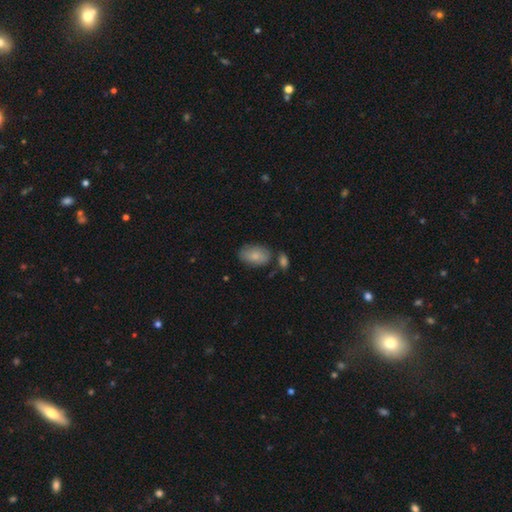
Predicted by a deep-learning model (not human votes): Smooth or featured? Predicted: smooth (p=0.81). How rounded? Predicted: in between (p=0.91). Merging? Predicted: none (p=0.65).